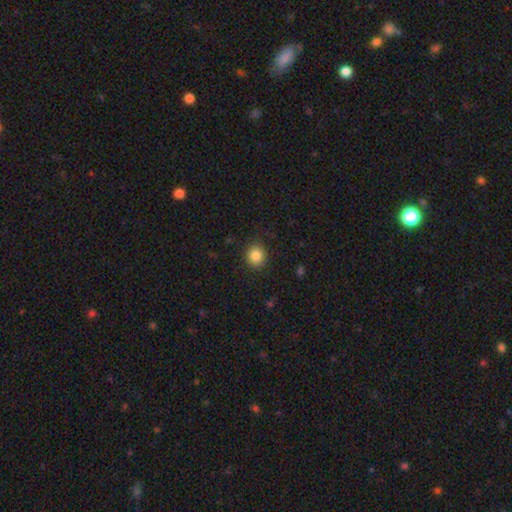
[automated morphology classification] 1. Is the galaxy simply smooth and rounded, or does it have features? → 86% smooth, 10% star or artifact, 5% featured or disk.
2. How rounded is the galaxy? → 84% round, 15% in between, 1% cigar-shaped.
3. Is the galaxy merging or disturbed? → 89% none, 8% minor disturbance, 2% major disturbance, 1% merger.